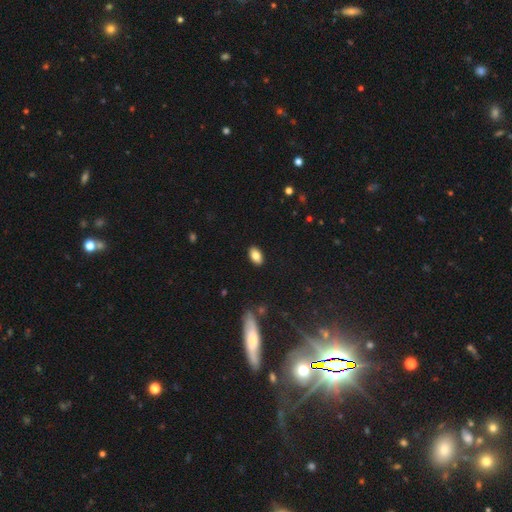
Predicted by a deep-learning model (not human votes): Smooth or featured?
  - smooth: 83% *
  - featured or disk: 9%
  - star or artifact: 8%
How rounded?
  - in between: 92% *
  - round: 6%
  - cigar-shaped: 2%
Merging?
  - none: 88% *
  - minor disturbance: 8%
  - major disturbance: 2%
  - merger: 1%